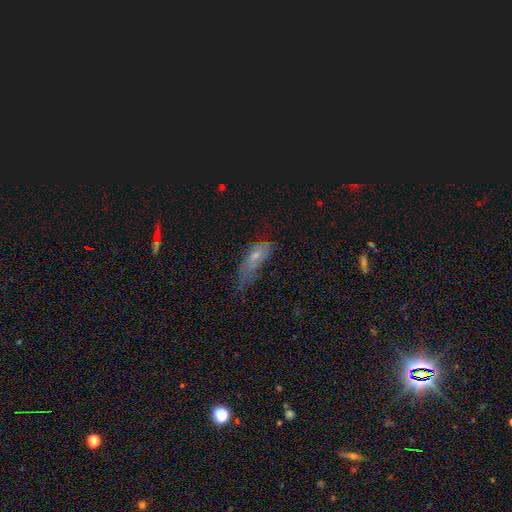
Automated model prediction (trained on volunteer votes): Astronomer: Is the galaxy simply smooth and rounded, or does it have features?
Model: smooth — 41% (runner-up: star or artifact, 33%).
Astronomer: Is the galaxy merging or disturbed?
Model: none — 39% (runner-up: minor disturbance, 33%).